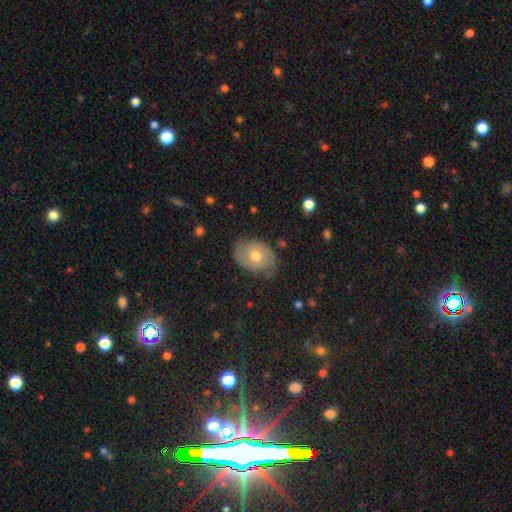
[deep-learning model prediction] Q: Smooth or featured?
A: featured or disk (62%); runner-up: smooth (30%)
Q: Edge-on disk?
A: no (96%); runner-up: yes (4%)
Q: Bar?
A: no (70%); runner-up: weak (26%)
Q: Spiral arms?
A: yes (85%); runner-up: no (15%)
Q: Spiral winding?
A: medium (42%); runner-up: tight (41%)
Q: Spiral arm count?
A: 2 (84%); runner-up: can't tell (10%)
Q: Bulge size?
A: moderate (69%); runner-up: small (24%)
Q: Merging?
A: none (74%); runner-up: minor disturbance (19%)